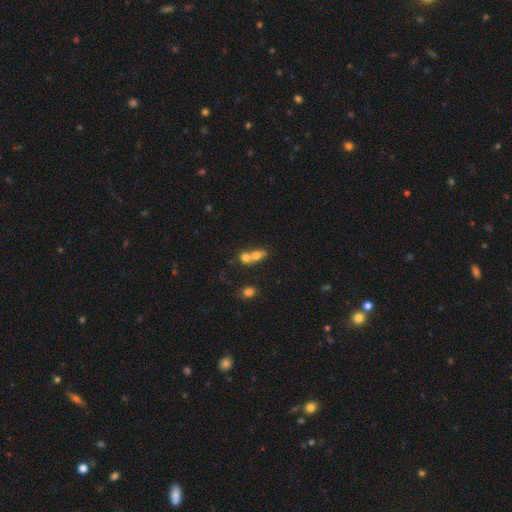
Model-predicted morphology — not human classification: smooth 73%, featured or disk 16%, star or artifact 11%. Down the decision tree: how rounded — in between (59%); merging — merger (69%).